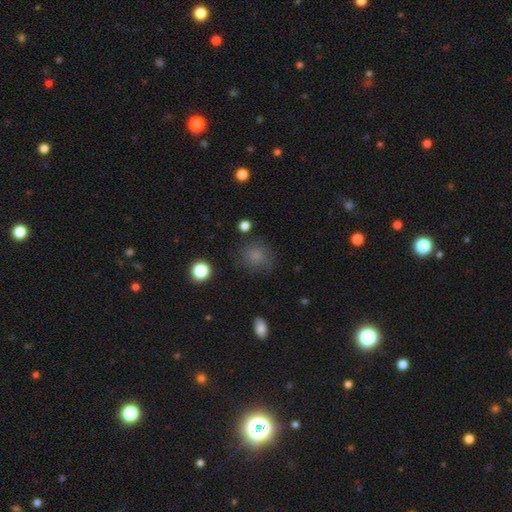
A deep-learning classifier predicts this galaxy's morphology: smooth_or_featured: smooth (p=0.77) [alt: star or artifact p=0.15]
how_rounded: round (p=0.81) [alt: in between p=0.18]
merging: none (p=0.74) [alt: minor disturbance p=0.17]